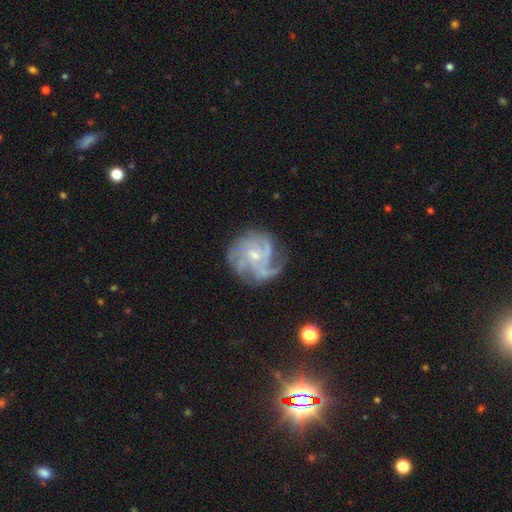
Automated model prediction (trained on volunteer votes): smooth-or-featured: featured or disk: 82% | smooth: 10% | star or artifact: 8%
  disk-edge-on: no: 98% | yes: 2%
    bar: no: 65% | weak: 30% | strong: 5%
    has-spiral-arms: yes: 94% | no: 6%
      spiral-winding: tight: 47% | medium: 39% | loose: 14%
      spiral-arm-count: can't tell: 28% | 4: 27% | 3: 19% | more than 4: 11% | 2: 9% | 1: 7%
    bulge-size: small: 67% | moderate: 26% | none: 4% | large: 1% | dominant: 1%
  merging: none: 64% | minor disturbance: 20% | major disturbance: 13% | merger: 2%